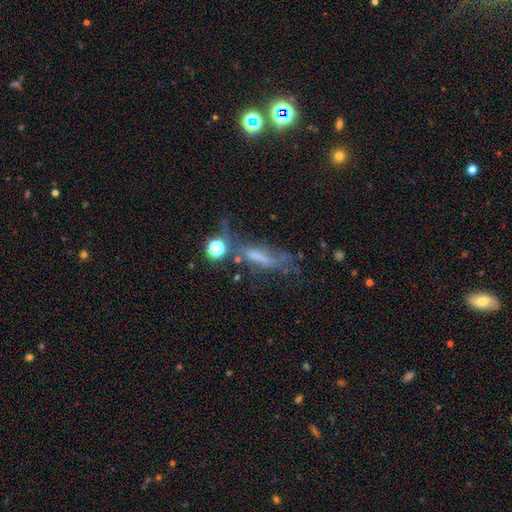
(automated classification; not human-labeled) Q: Smooth or featured?
A: featured or disk (43%); runner-up: smooth (36%)
Q: Merging?
A: none (33%); runner-up: major disturbance (32%)